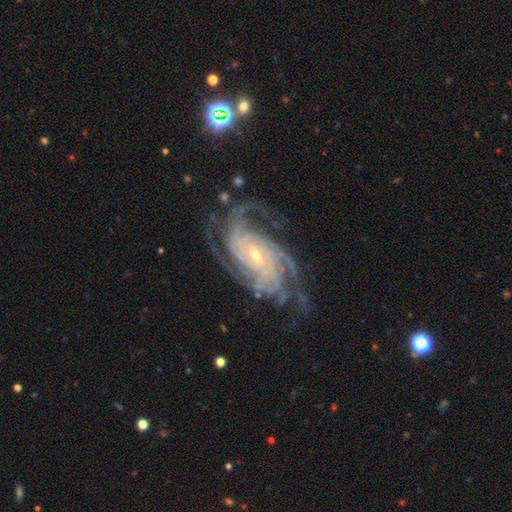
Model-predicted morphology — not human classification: The model was most divided on "spiral arm count": 4: 30%, 3: 19%, can't tell: 18%, more than 4: 13%, 2: 12%, 1: 7%. More confident: spiral arms — yes (98%); edge-on disk — no (97%); smooth or featured — featured or disk (91%); bulge size — small (79%); merging — none (68%); spiral winding — tight (60%); bar — no (57%).